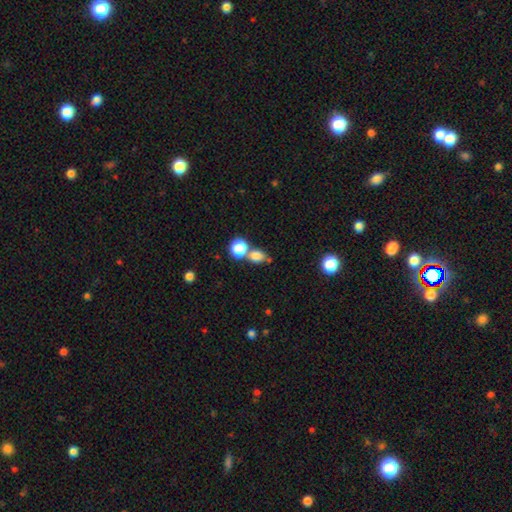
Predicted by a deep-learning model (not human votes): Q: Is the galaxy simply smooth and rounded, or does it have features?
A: smooth — 80%.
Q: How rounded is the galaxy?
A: round — 50%.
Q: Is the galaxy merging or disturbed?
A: none — 44%.